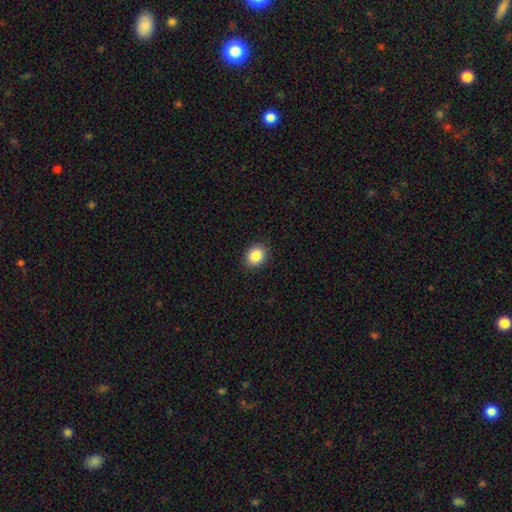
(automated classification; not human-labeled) A smooth galaxy with no disk features (86%) that is round (52%).

Vote fractions:
- Smooth or featured? smooth: 86% / star or artifact: 9% / featured or disk: 5%
- How rounded? round: 52% / in between: 47% / cigar-shaped: 1%
- Merging? none: 90% / minor disturbance: 7% / major disturbance: 2% / merger: 1%